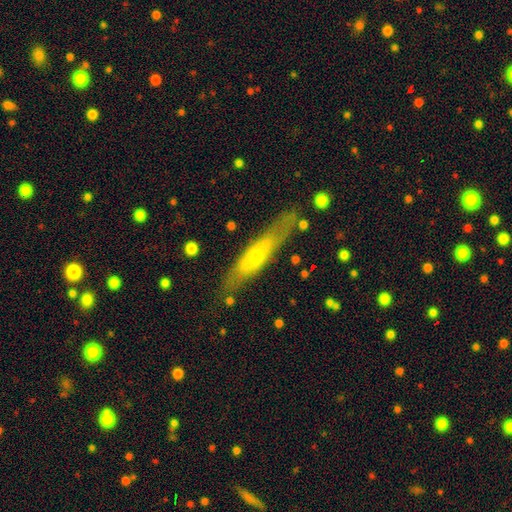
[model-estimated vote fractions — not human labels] This appears to be a featured or disk galaxy (51%) viewed edge-on (73%). Merging: none (77%).